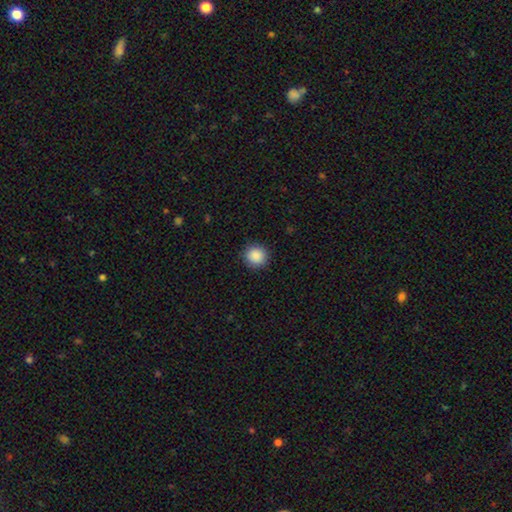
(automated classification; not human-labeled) Morphology: type=smooth (89%); roundness=round (93%); merging=none (91%).